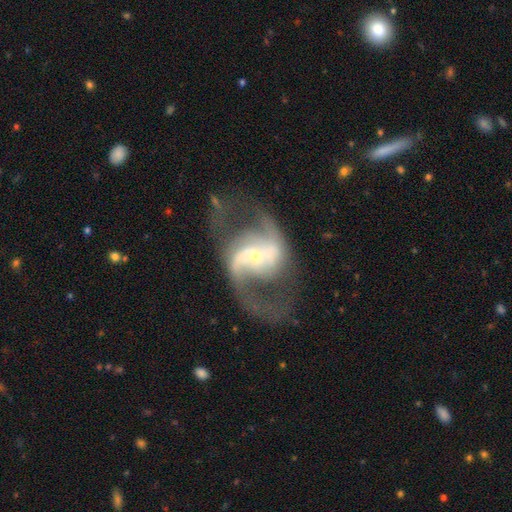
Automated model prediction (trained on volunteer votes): featured or disk 90%, star or artifact 6%, smooth 4%. Down the decision tree: edge-on disk — no (97%); bar — strong (37%); spiral arms — yes (96%); spiral arm count — 2 (92%); spiral winding — loose (53%); bulge size — small (66%); merging — none (66%).